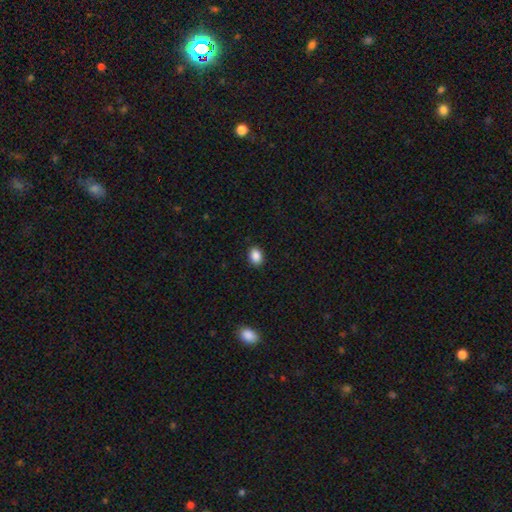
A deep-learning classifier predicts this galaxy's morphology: Q: Smooth or featured?
A: smooth (88%); runner-up: star or artifact (9%)
Q: How rounded?
A: in between (66%); runner-up: round (33%)
Q: Merging?
A: none (90%); runner-up: minor disturbance (7%)